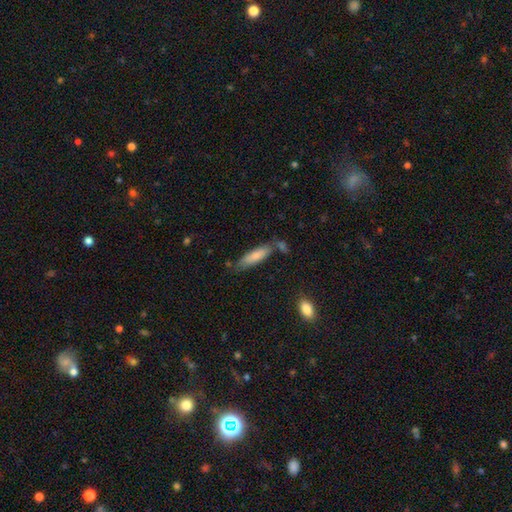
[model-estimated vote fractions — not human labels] A smooth galaxy with no disk features (77%) that is cigar-shaped (60%).

Vote fractions:
- Smooth or featured? smooth: 77% / featured or disk: 17% / star or artifact: 6%
- How rounded? cigar-shaped: 60% / in between: 38% / round: 2%
- Merging? none: 67% / minor disturbance: 19% / merger: 10% / major disturbance: 4%